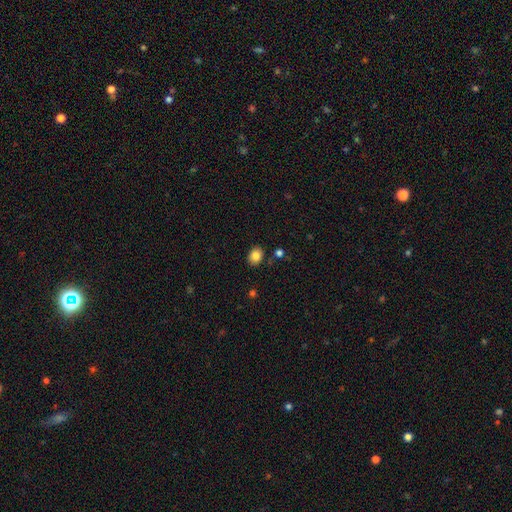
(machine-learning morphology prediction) smooth_or_featured: smooth (p=0.83) [alt: star or artifact p=0.09]
how_rounded: in between (p=0.55) [alt: round p=0.44]
merging: none (p=0.86) [alt: minor disturbance p=0.09]